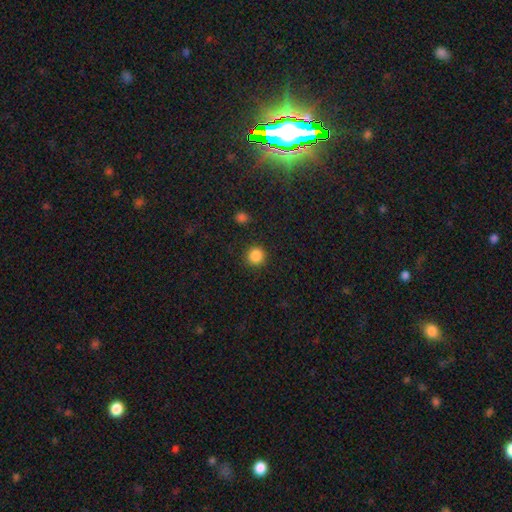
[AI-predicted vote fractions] This is clearly a smooth galaxy (86%). How rounded: clearly round (94%). Merging: clearly none (91%).